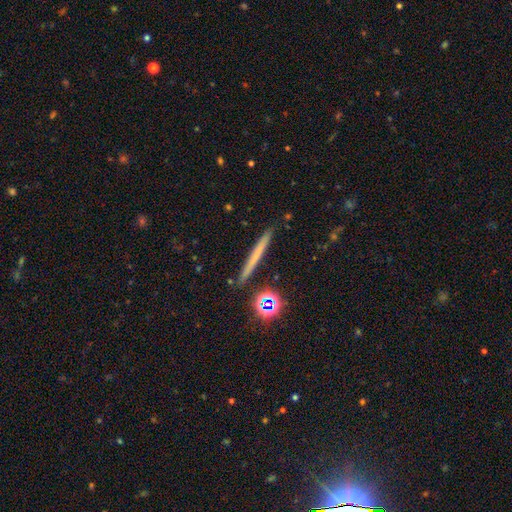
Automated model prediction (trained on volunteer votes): Smooth or featured?
  - smooth: 55% *
  - featured or disk: 33%
  - star or artifact: 12%
How rounded?
  - cigar-shaped: 95% *
  - round: 3%
  - in between: 2%
Merging?
  - none: 90% *
  - minor disturbance: 7%
  - merger: 2%
  - major disturbance: 2%